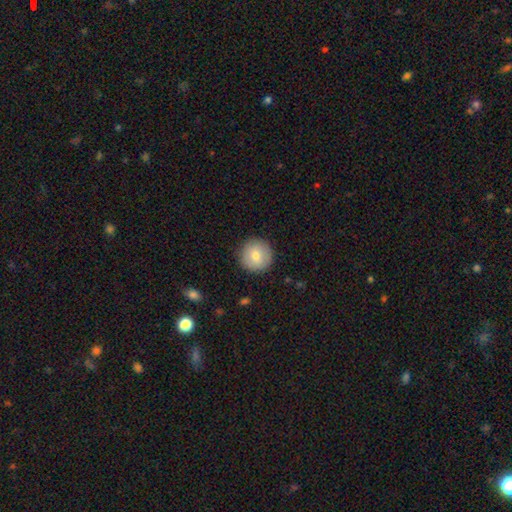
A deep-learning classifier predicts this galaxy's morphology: This appears to be a smooth galaxy with no disk features (77%) that is round (96%). Merging: none (91%).